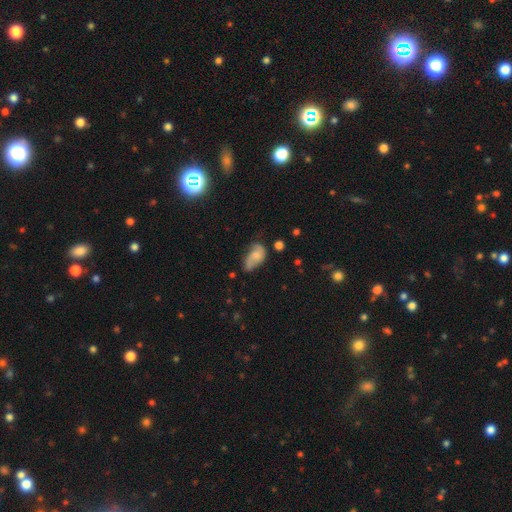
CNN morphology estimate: The model was most divided on "merging": none: 40%, minor disturbance: 35%, major disturbance: 19%, merger: 5%. More confident: how rounded — in between (89%); smooth or featured — smooth (50%).